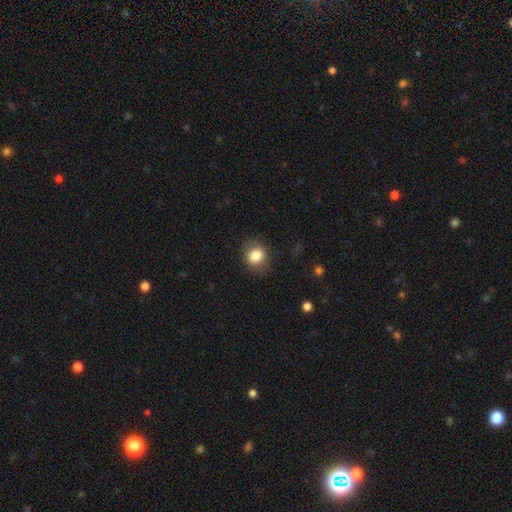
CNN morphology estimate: This appears to be a smooth galaxy with no disk features (83%) that is round (63%). Merging: none (78%).